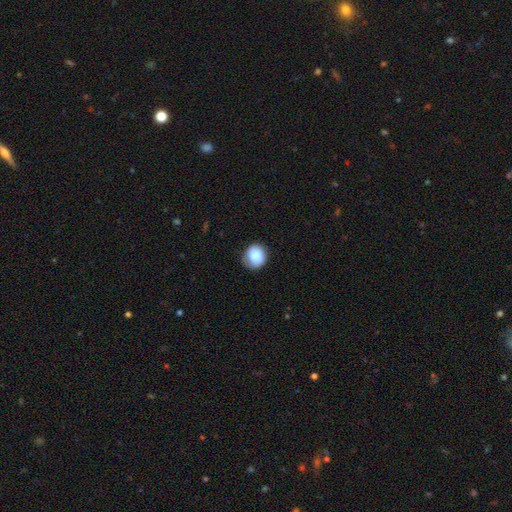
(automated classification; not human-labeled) Smooth or featured?
  - smooth: 82% *
  - featured or disk: 10%
  - star or artifact: 7%
How rounded?
  - round: 80% *
  - in between: 19%
  - cigar-shaped: 1%
Merging?
  - none: 72% *
  - minor disturbance: 21%
  - major disturbance: 6%
  - merger: 1%